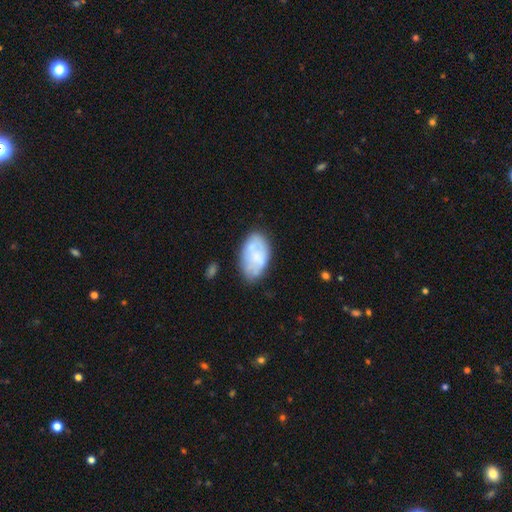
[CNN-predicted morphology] Smooth or featured: smooth — 62% (featured or disk — 31%)
How rounded: in between — 94% (round — 4%)
Merging: none — 65% (minor disturbance — 23%)